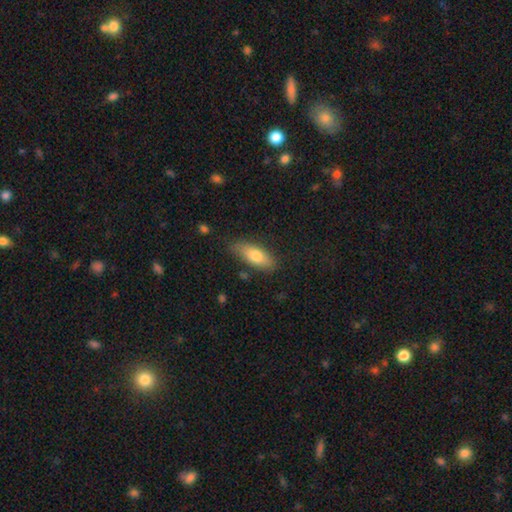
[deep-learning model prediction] Smooth or featured? smooth (74%)
How rounded? in between (72%)
Merging? none (78%)